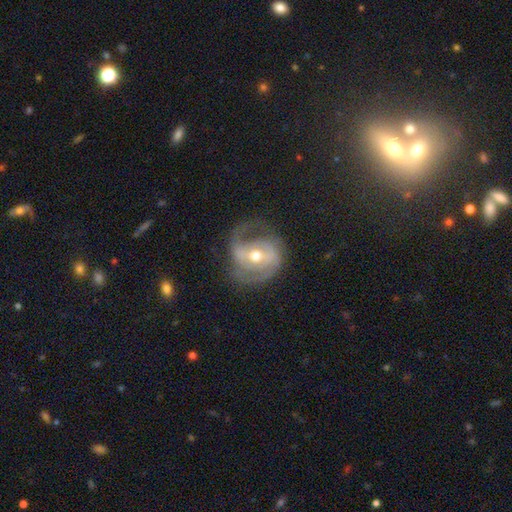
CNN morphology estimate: The model was most divided on "bar": weak: 40%, strong: 35%, no: 25%. Remaining: edge-on disk — no (97%); spiral arms — yes (93%); smooth or featured — featured or disk (84%); bulge size — moderate (67%); spiral arm count — 2 (67%); merging — none (59%); spiral winding — medium (46%).